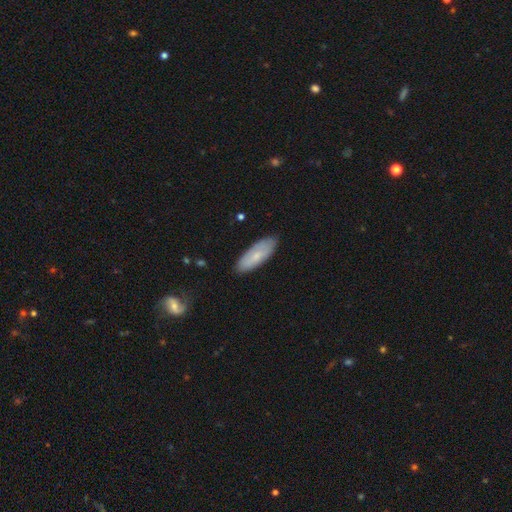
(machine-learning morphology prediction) type=smooth (70%); roundness=in between (70%); merging=none (83%).